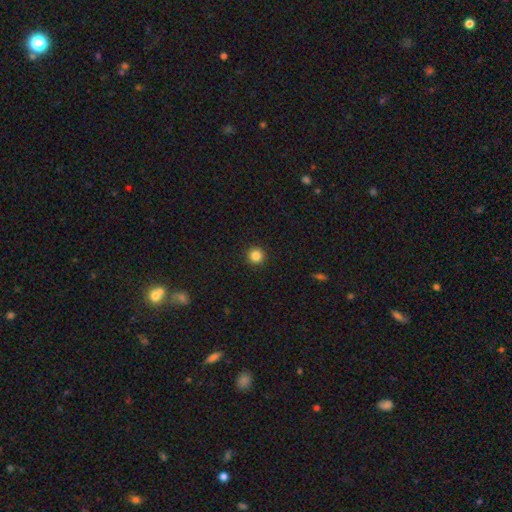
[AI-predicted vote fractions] Smooth or featured? smooth (84%)
How rounded? round (96%)
Merging? none (93%)